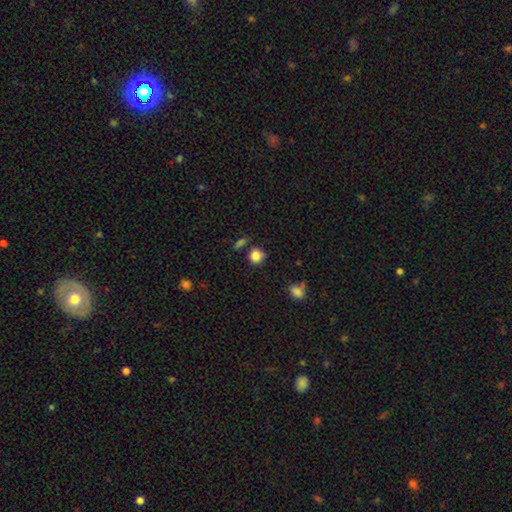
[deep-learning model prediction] Smooth or featured? Predicted: smooth (p=0.85). How rounded? Predicted: round (p=0.84). Merging? Predicted: none (p=0.77).